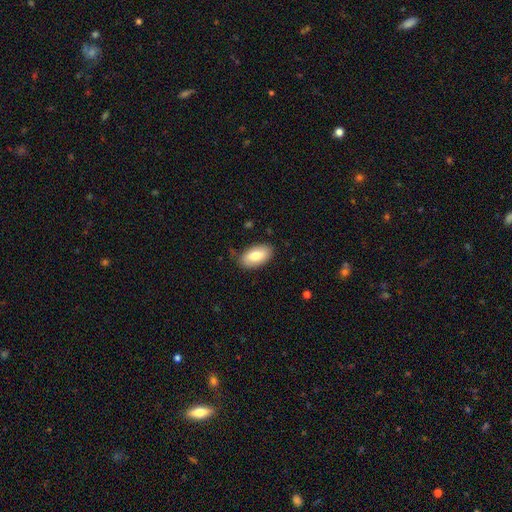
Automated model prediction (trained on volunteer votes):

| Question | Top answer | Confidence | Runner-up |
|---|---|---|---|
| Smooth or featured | smooth | 75% | featured or disk (19%) |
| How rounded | in between | 94% | cigar-shaped (3%) |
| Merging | none | 82% | minor disturbance (14%) |